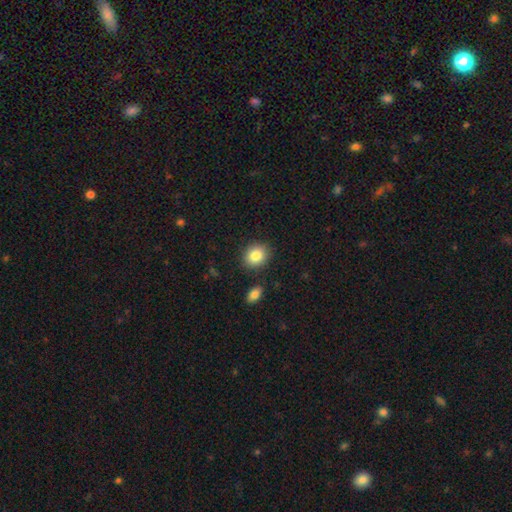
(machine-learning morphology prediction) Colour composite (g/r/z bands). It shows a smooth galaxy with no disk features (85%) that is round (60%). Merging: none (84%).